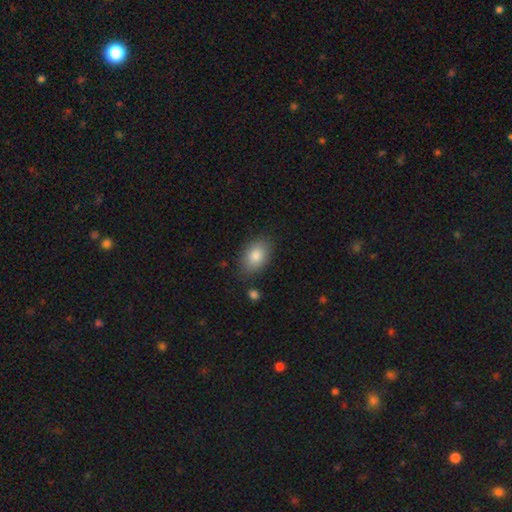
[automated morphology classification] Smooth or featured?
  - smooth: 84% *
  - featured or disk: 9%
  - star or artifact: 7%
How rounded?
  - in between: 87% *
  - round: 12%
  - cigar-shaped: 1%
Merging?
  - none: 82% *
  - minor disturbance: 13%
  - major disturbance: 3%
  - merger: 3%